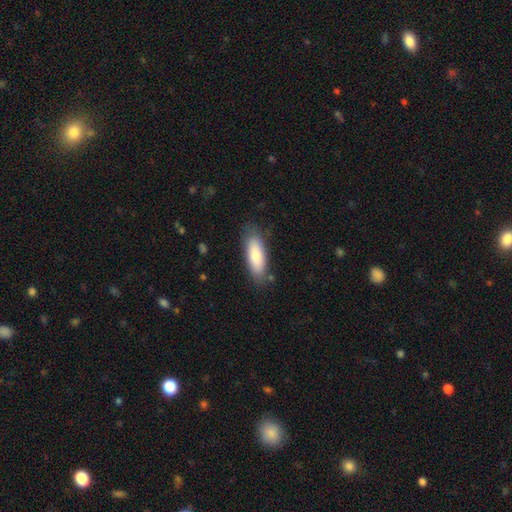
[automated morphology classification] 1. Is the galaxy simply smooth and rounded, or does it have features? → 78% smooth, 16% featured or disk, 6% star or artifact.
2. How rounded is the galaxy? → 68% in between, 30% cigar-shaped, 2% round.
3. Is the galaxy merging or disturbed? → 78% none, 16% minor disturbance, 4% major disturbance, 2% merger.